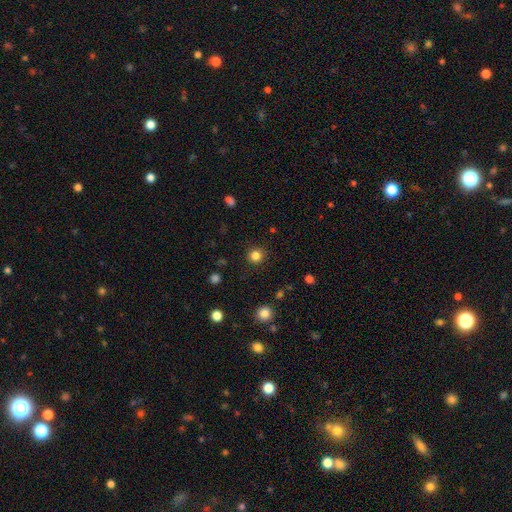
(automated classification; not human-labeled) This is clearly a smooth galaxy (83%). How rounded: clearly round (94%). Merging: clearly none (90%).